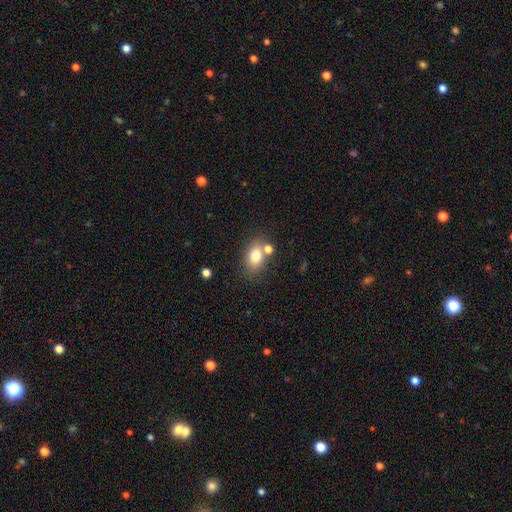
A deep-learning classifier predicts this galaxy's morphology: type=smooth (76%); roundness=in between (74%); merging=none (65%).